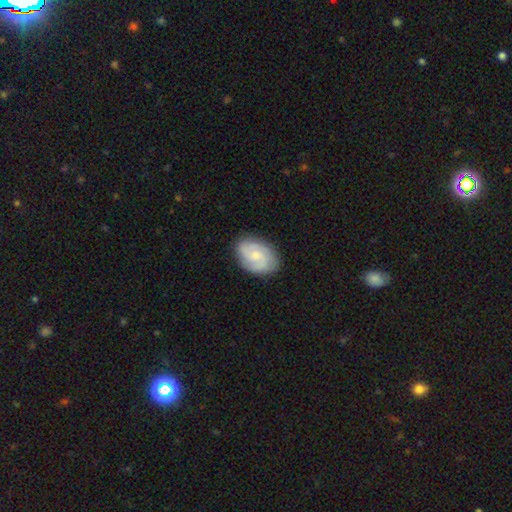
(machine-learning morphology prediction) Overall: featured or disk (72%). Edge-on disk: no (98%). Bar: no (60%; weak 36%). Spiral arms: yes (96%). Spiral arm count: 2 (52%; 3 25%). Spiral winding: tight (46%; medium 42%). Bulge size: small (53%; moderate 36%). Merging: none (82%).